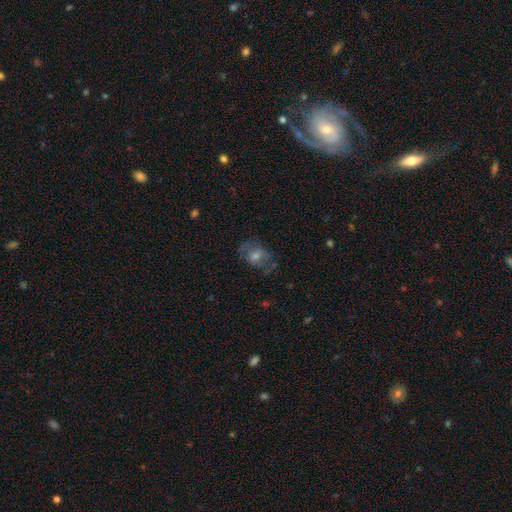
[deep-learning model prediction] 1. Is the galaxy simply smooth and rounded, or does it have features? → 49% featured or disk, 37% smooth, 13% star or artifact.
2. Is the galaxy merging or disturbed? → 61% none, 20% minor disturbance, 17% major disturbance, 2% merger.